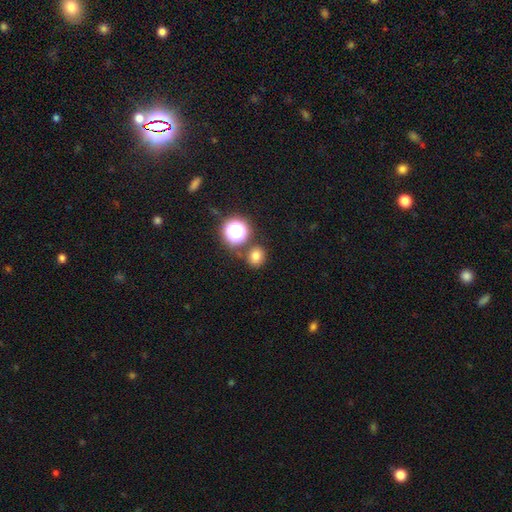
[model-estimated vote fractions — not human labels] Smooth or featured? smooth (73%)
How rounded? round (78%)
Merging? none (79%)